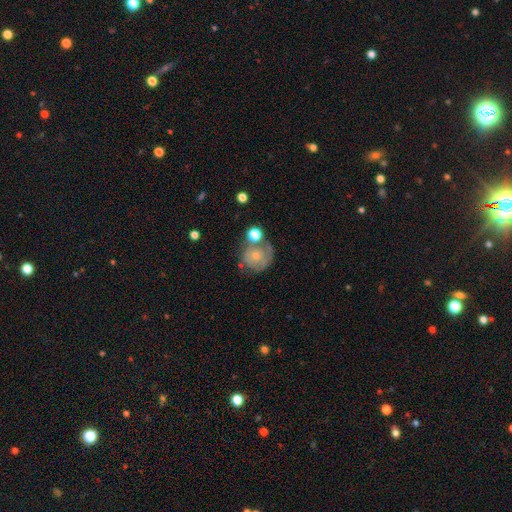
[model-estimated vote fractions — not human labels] Q: Smooth or featured?
A: smooth (50%); runner-up: featured or disk (42%)
Q: Merging?
A: none (46%); runner-up: minor disturbance (23%)